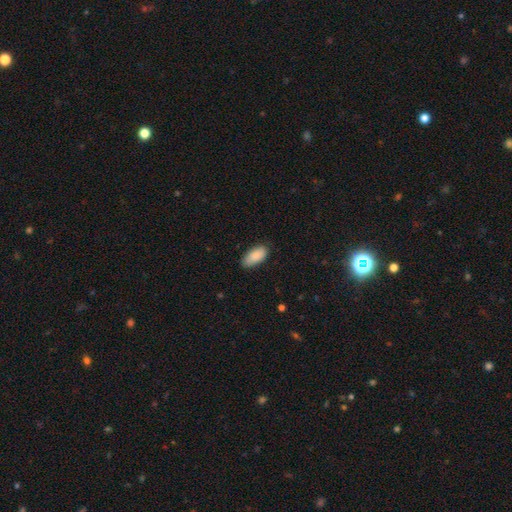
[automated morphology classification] A smooth galaxy with no disk features (88%) that is in between round and cigar-shaped (93%). Merging: none (78%).